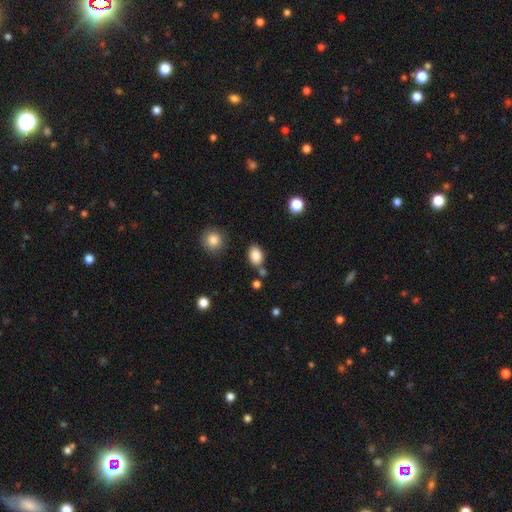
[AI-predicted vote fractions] This appears to be a smooth galaxy with no disk features (85%) that is in between round and cigar-shaped (75%). Merging: none (74%).